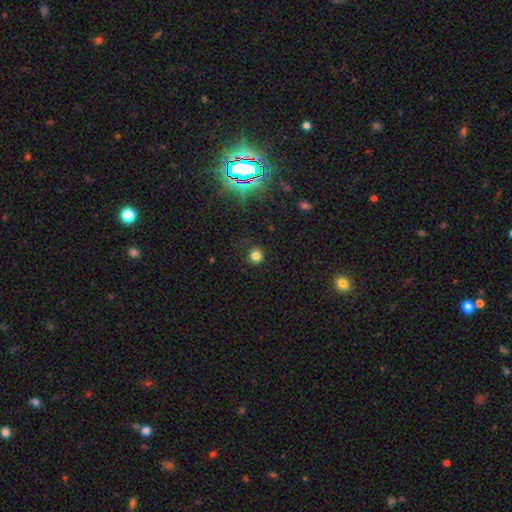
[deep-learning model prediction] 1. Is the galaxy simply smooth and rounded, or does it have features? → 79% smooth, 16% star or artifact, 5% featured or disk.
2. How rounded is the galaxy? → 94% round, 5% in between, 1% cigar-shaped.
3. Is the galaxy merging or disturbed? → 89% none, 7% minor disturbance, 3% major disturbance, 1% merger.